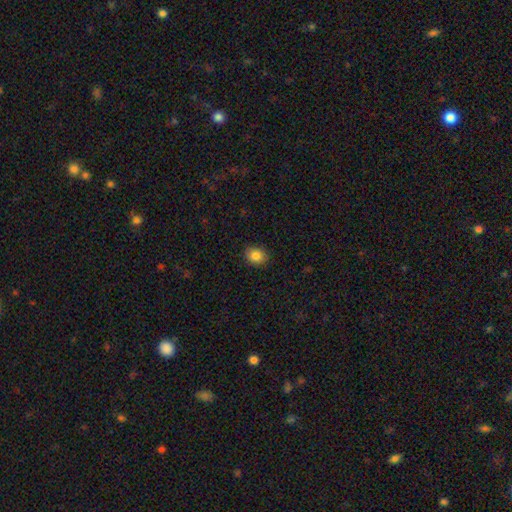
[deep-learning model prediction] Overall: smooth (85%). How rounded: round (56%; in between 43%). Merging: none (89%).